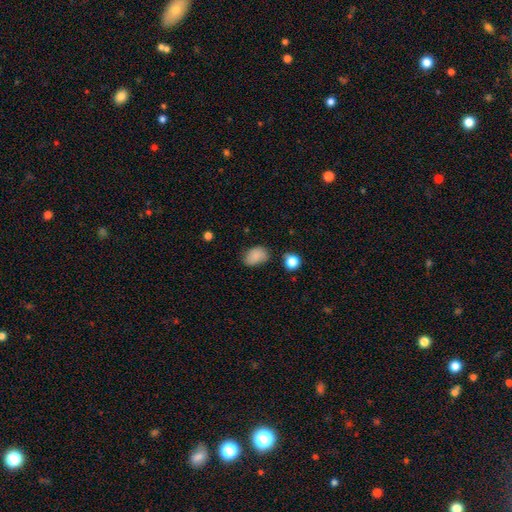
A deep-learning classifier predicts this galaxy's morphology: This appears to be a smooth galaxy with no disk features (82%) that is in between round and cigar-shaped (79%). Merging: none (67%).